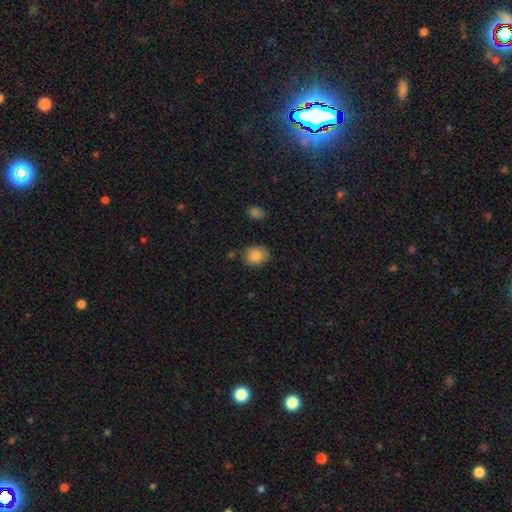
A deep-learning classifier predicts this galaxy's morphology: smooth 86%, star or artifact 8%, featured or disk 6%. Down the decision tree: how rounded — round (50%); merging — none (79%).